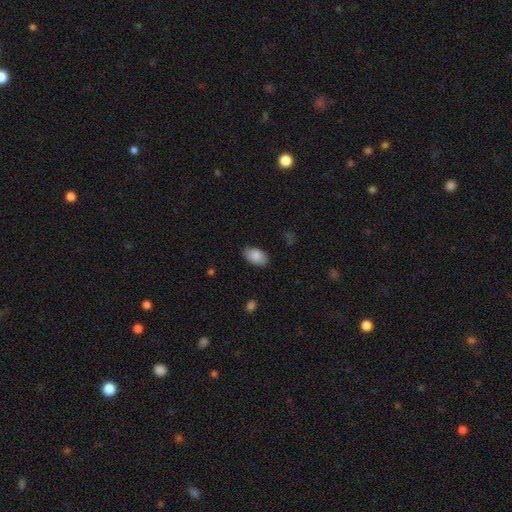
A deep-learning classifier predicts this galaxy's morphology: This appears to be a smooth galaxy with no disk features (87%) that is in between round and cigar-shaped (93%). Merging: none (81%).